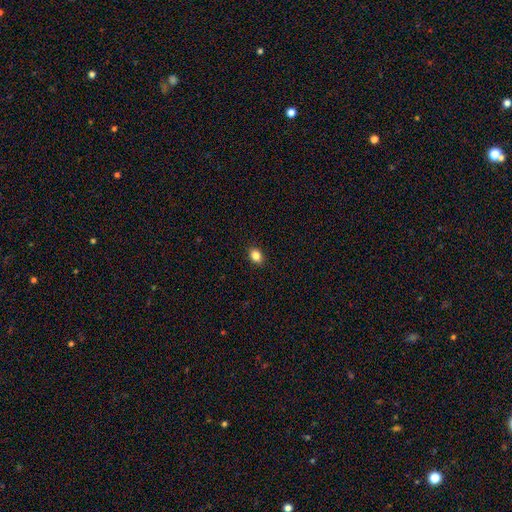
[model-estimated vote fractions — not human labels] smooth-or-featured: smooth: 85% | star or artifact: 10% | featured or disk: 5%
  how-rounded: in between: 63% | round: 36% | cigar-shaped: 1%
  merging: none: 90% | minor disturbance: 7% | major disturbance: 2% | merger: 1%